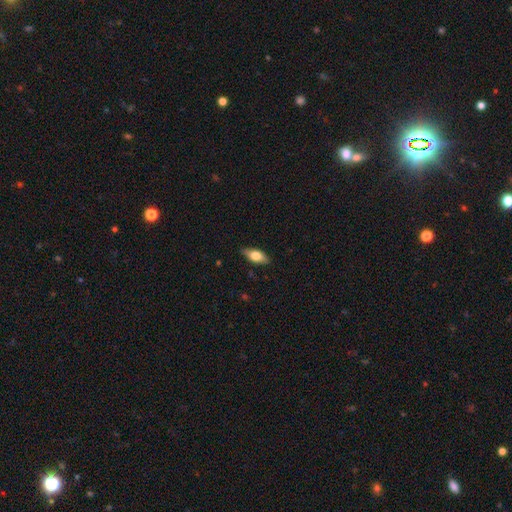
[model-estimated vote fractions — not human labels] Smooth or featured: smooth — 63% (featured or disk — 31%)
How rounded: in between — 79% (cigar-shaped — 18%)
Merging: none — 86% (minor disturbance — 11%)